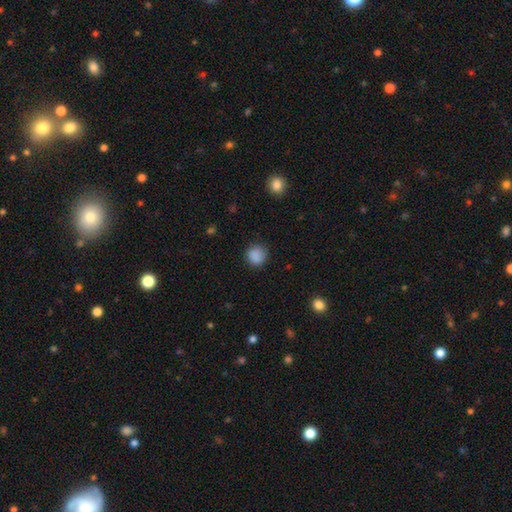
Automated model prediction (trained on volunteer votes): smooth-or-featured: smooth: 87% | star or artifact: 9% | featured or disk: 4%
  how-rounded: round: 89% | in between: 10% | cigar-shaped: 1%
  merging: none: 84% | minor disturbance: 12% | major disturbance: 3% | merger: 1%